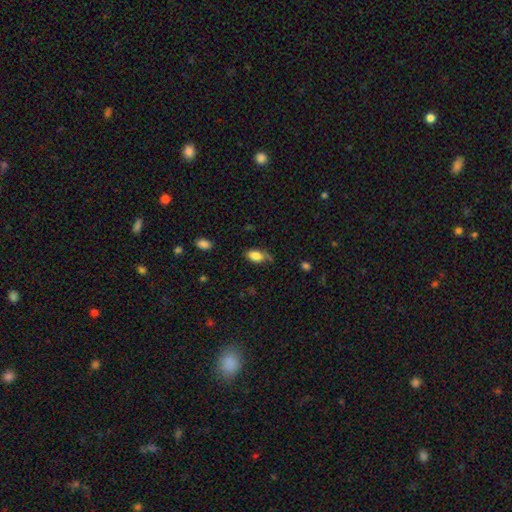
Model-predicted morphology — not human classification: Smooth or featured?
  - smooth: 83% *
  - featured or disk: 9%
  - star or artifact: 8%
How rounded?
  - in between: 91% *
  - round: 6%
  - cigar-shaped: 3%
Merging?
  - none: 57% *
  - minor disturbance: 29%
  - major disturbance: 11%
  - merger: 4%